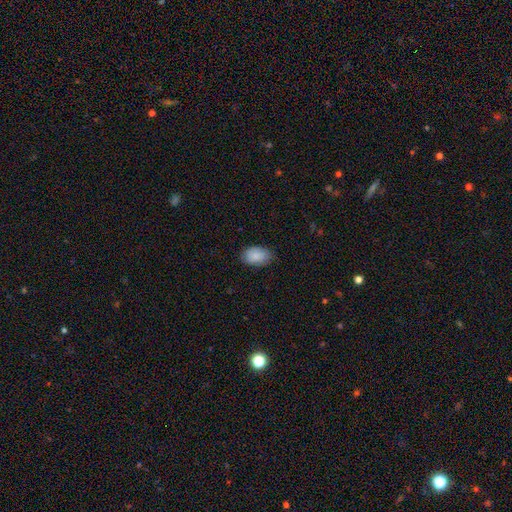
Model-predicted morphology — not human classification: smooth 88%, star or artifact 6%, featured or disk 6%. Down the decision tree: how rounded — in between (90%); merging — none (83%).